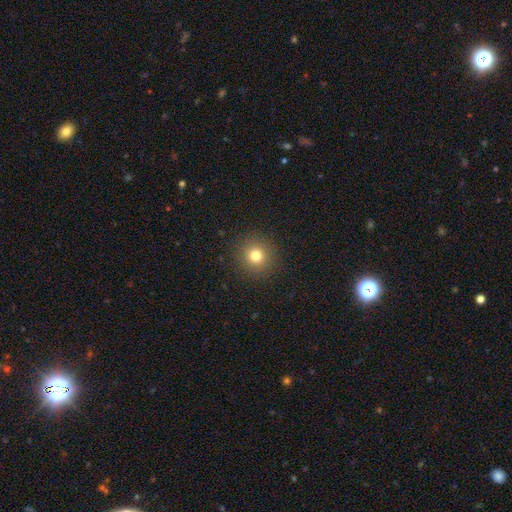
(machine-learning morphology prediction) Smooth or featured? Predicted: smooth (p=0.78). How rounded? Predicted: round (p=0.94). Merging? Predicted: none (p=0.91).